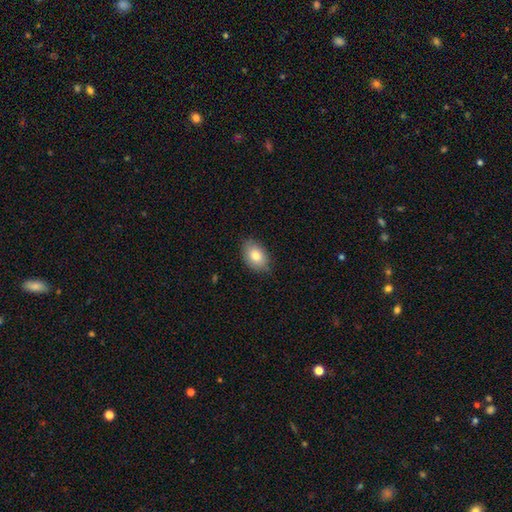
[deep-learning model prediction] Smooth or featured? Predicted: smooth (p=0.81). How rounded? Predicted: in between (p=0.85). Merging? Predicted: none (p=0.81).